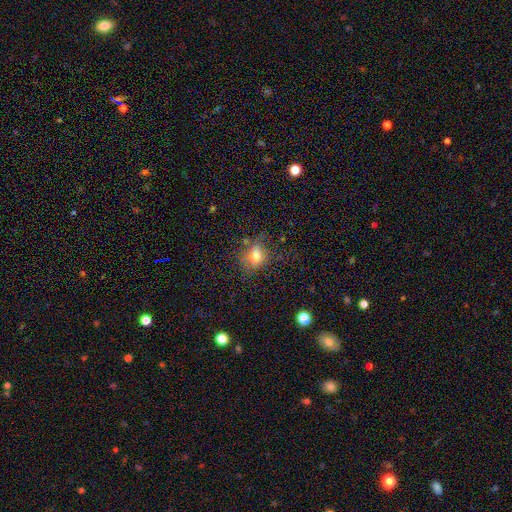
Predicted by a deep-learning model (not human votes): Overall: smooth (73%). How rounded: in between (60%; round 38%). Merging: none (63%).